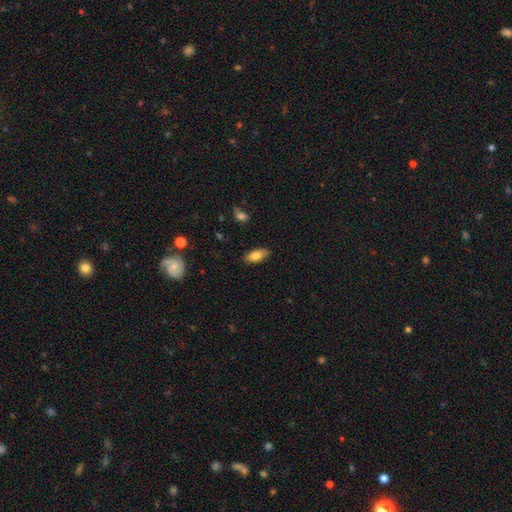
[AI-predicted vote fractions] This is likely a smooth galaxy (80%). How rounded: clearly in between (86%). Merging: clearly none (86%).